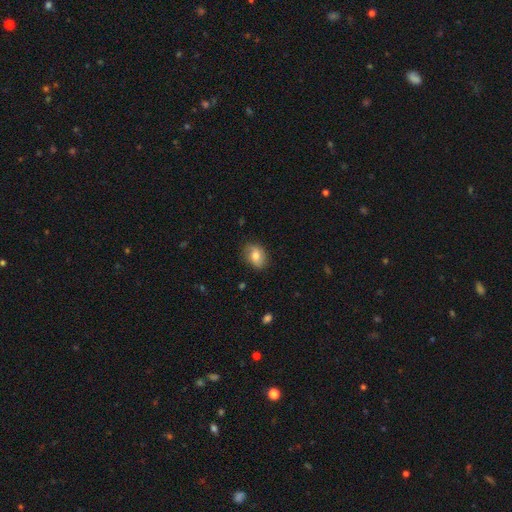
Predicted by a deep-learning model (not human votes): smooth-or-featured: smooth: 72% | featured or disk: 20% | star or artifact: 8%
  how-rounded: in between: 68% | round: 31% | cigar-shaped: 1%
  merging: none: 81% | minor disturbance: 15% | major disturbance: 3% | merger: 1%